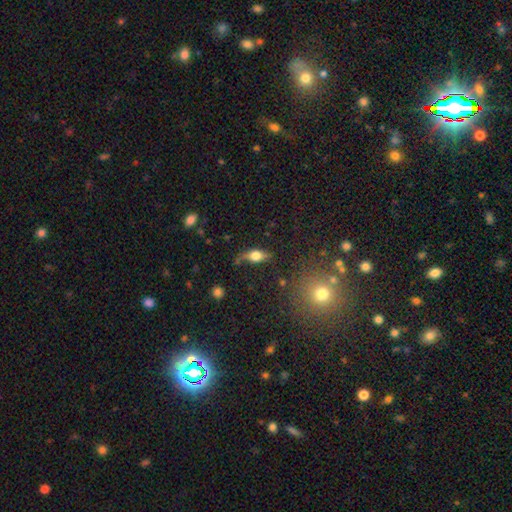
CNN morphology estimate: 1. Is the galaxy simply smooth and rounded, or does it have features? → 50% smooth, 41% featured or disk, 10% star or artifact.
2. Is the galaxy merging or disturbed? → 57% none, 25% minor disturbance, 13% major disturbance, 4% merger.